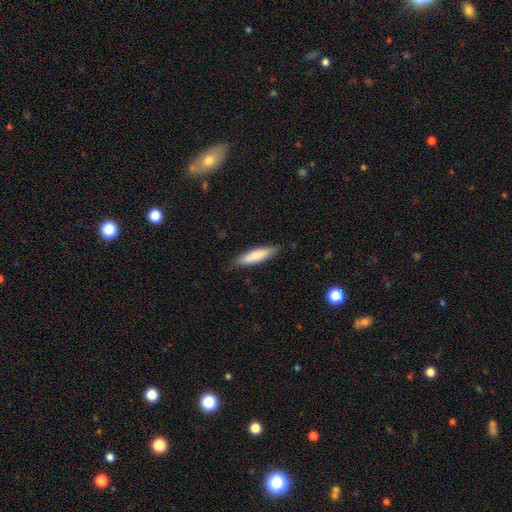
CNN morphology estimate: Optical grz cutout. It shows a smooth galaxy with no disk features (82%) that is cigar-shaped (66%). Merging: none (83%).